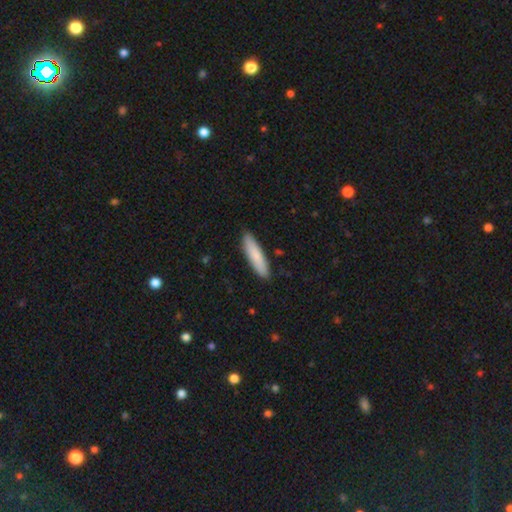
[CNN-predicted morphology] smooth 84%, featured or disk 11%, star or artifact 5%. Down the decision tree: how rounded — cigar-shaped (78%); merging — none (89%).